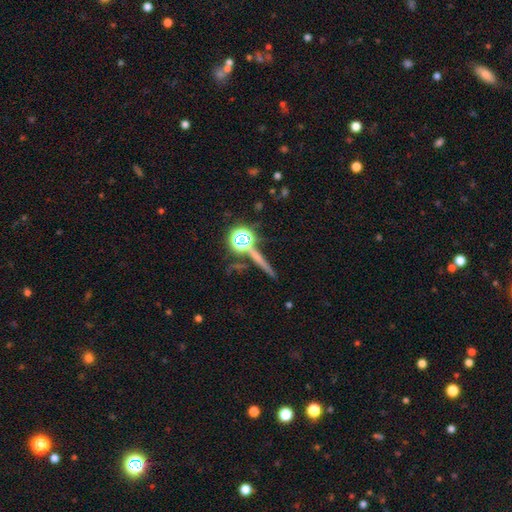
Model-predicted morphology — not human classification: Smooth or featured: star or artifact — 37% (smooth — 34%)